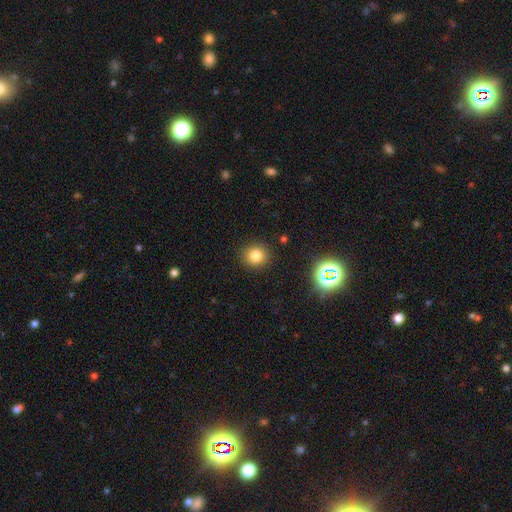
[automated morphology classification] smooth_or_featured: smooth (p=0.79) [alt: star or artifact p=0.14]
how_rounded: round (p=0.87) [alt: in between p=0.12]
merging: none (p=0.89) [alt: minor disturbance p=0.07]